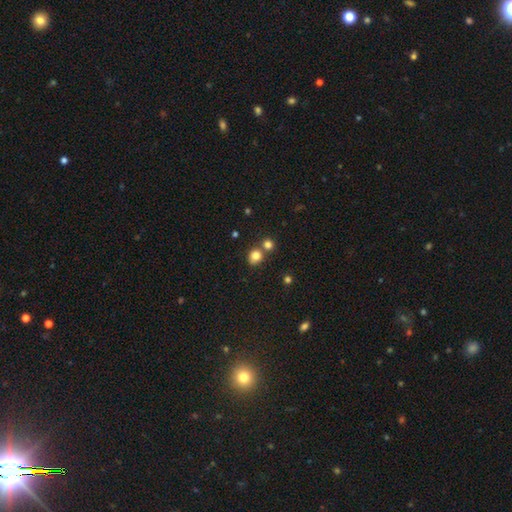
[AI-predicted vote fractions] Overall: smooth (81%). How rounded: round (75%). Merging: none (62%; merger 26%).